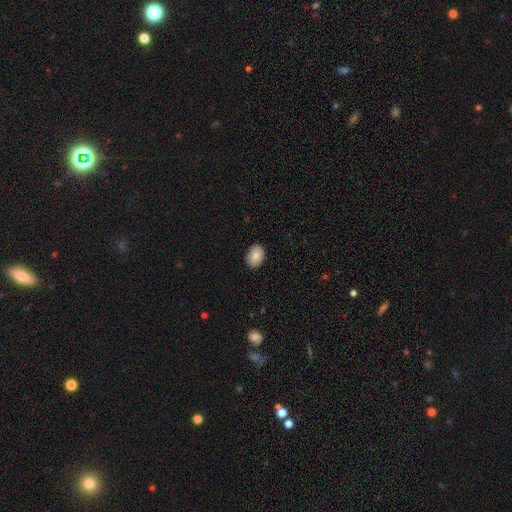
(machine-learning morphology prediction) Overall: smooth (87%). How rounded: in between (77%). Merging: none (86%).